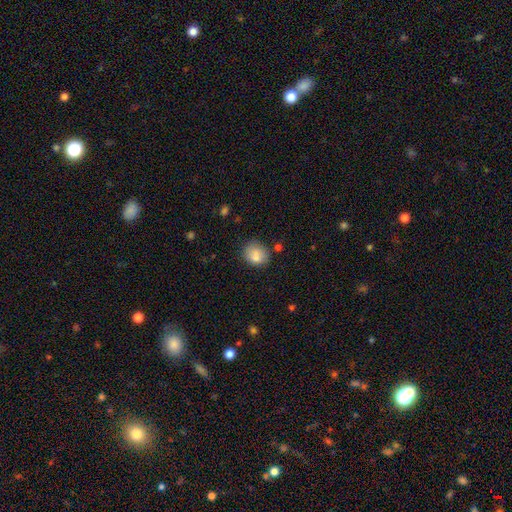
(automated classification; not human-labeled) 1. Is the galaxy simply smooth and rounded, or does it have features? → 82% smooth, 9% star or artifact, 9% featured or disk.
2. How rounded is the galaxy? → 59% round, 41% in between, 1% cigar-shaped.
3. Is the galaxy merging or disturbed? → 64% none, 23% minor disturbance, 7% merger, 6% major disturbance.